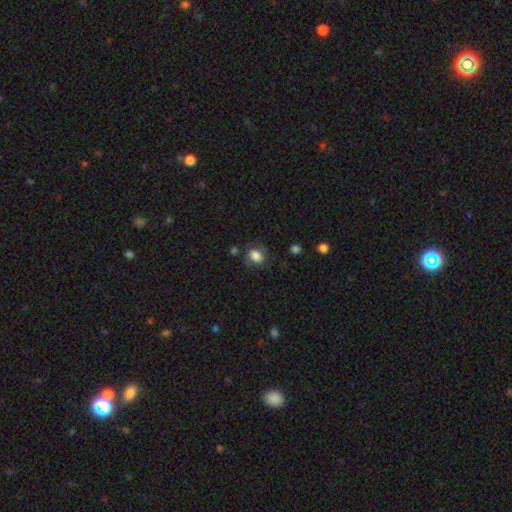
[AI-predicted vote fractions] This appears to be a smooth galaxy with no disk features (79%) that is round (50%). Merging: none (66%).